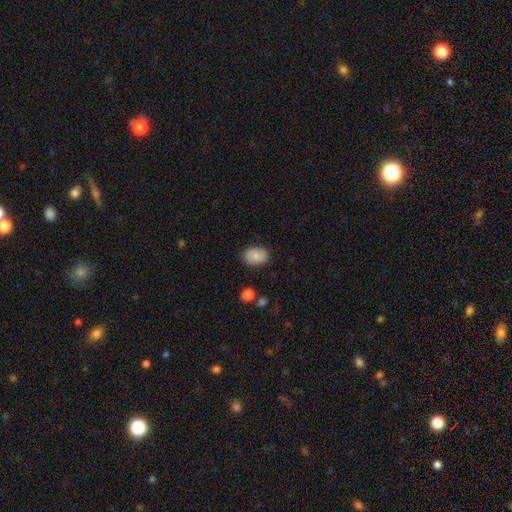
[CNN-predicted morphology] smooth-or-featured: smooth: 73% | featured or disk: 20% | star or artifact: 8%
  how-rounded: in between: 77% | round: 22% | cigar-shaped: 1%
  merging: none: 83% | minor disturbance: 12% | major disturbance: 3% | merger: 2%